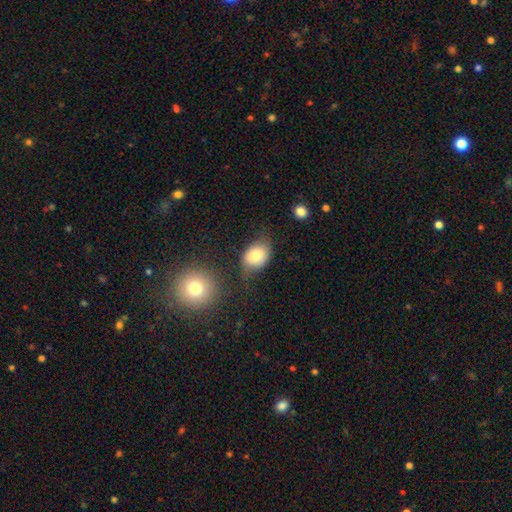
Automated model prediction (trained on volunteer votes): Smooth or featured? Predicted: smooth (p=0.77). How rounded? Predicted: in between (p=0.62). Merging? Predicted: none (p=0.52).